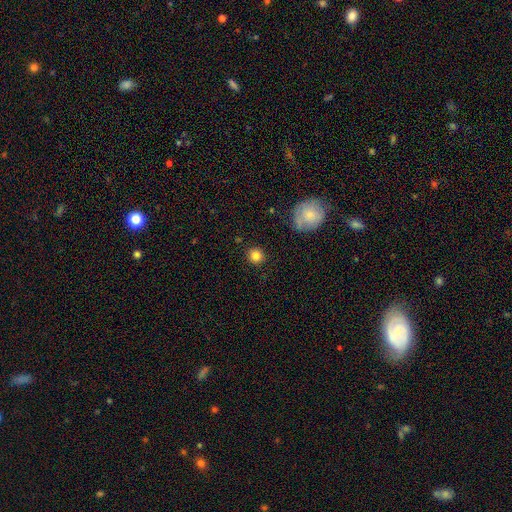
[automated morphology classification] The model was most divided on "smooth or featured": smooth: 83%, star or artifact: 11%, featured or disk: 6%. More confident: how rounded — round (93%); merging — none (89%).